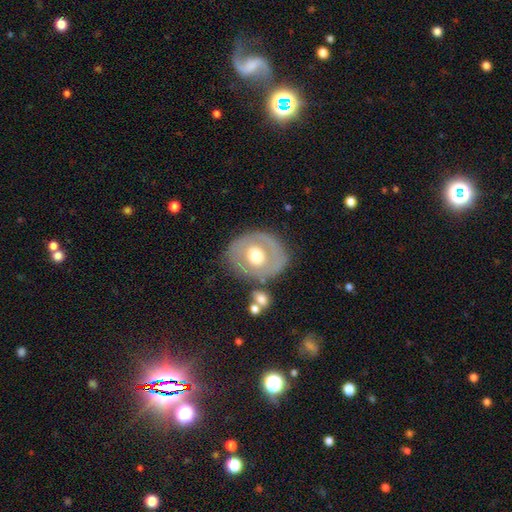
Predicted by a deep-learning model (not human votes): A featured or disk galaxy (52%).

Vote fractions:
- Smooth or featured? featured or disk: 52% / smooth: 42% / star or artifact: 6%
- Edge-on disk? no: 94% / yes: 6%
- Merging? none: 74% / minor disturbance: 14% / major disturbance: 7% / merger: 5%